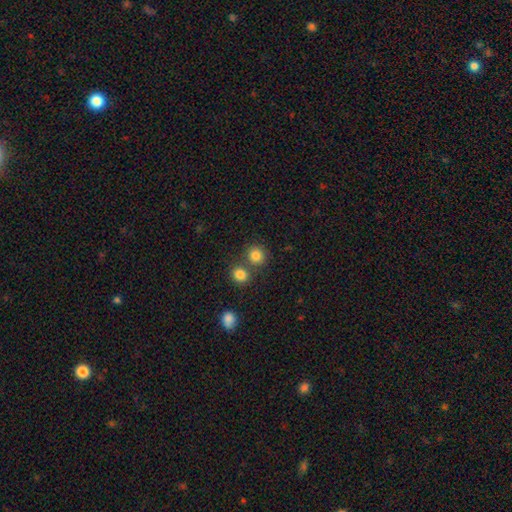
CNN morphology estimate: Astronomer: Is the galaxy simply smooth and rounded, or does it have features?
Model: smooth — 83%.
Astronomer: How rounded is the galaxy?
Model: round — 88%.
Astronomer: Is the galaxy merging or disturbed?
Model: none — 67%.